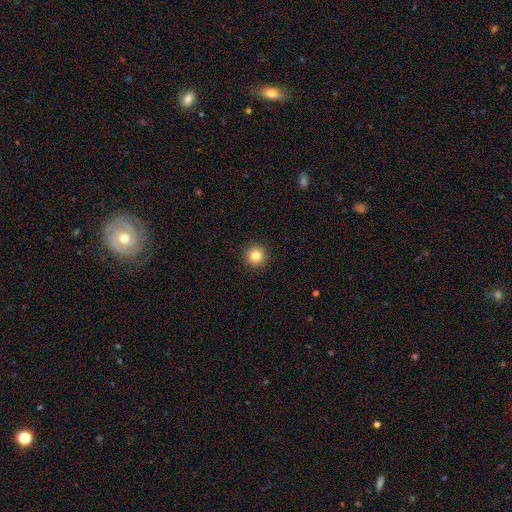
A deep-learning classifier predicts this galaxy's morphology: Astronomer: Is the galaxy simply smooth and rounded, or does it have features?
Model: smooth — 82%.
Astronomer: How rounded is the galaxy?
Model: round — 96%.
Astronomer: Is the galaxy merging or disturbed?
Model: none — 93%.